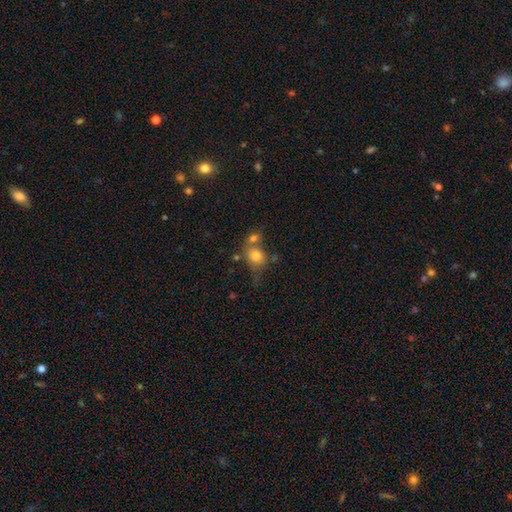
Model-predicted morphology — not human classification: The model was most divided on "merging": merger: 41%, none: 38%, minor disturbance: 14%, major disturbance: 7%. More confident: smooth or featured — smooth (77%); how rounded — round (59%).